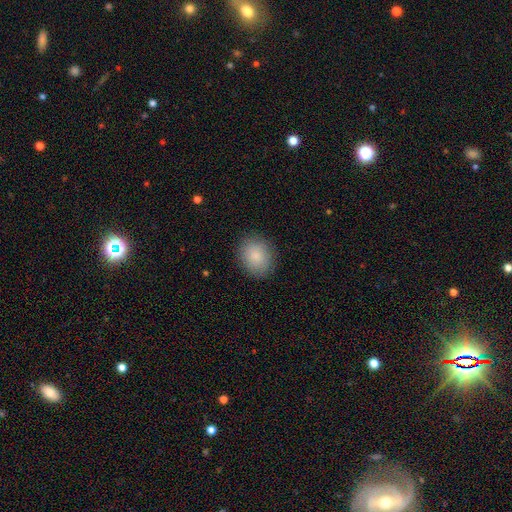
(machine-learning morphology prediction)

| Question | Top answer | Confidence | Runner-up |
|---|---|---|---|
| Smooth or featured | smooth | 87% | star or artifact (7%) |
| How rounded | round | 57% | in between (42%) |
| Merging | none | 86% | minor disturbance (10%) |